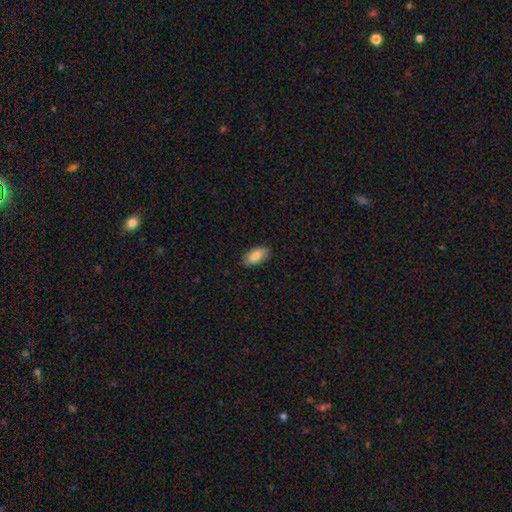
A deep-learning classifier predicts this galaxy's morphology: The model was most divided on "merging": none: 84%, minor disturbance: 12%, major disturbance: 2%, merger: 1%. More confident: how rounded — in between (91%); smooth or featured — smooth (84%).